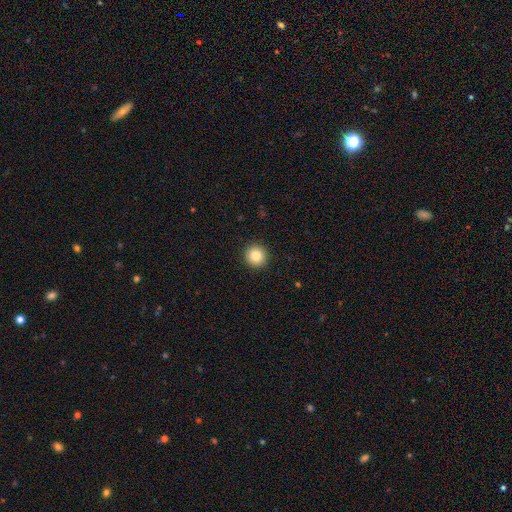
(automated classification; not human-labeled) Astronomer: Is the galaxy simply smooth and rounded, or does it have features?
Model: smooth — 84%.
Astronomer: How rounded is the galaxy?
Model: round — 94%.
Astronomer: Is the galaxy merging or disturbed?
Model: none — 93%.